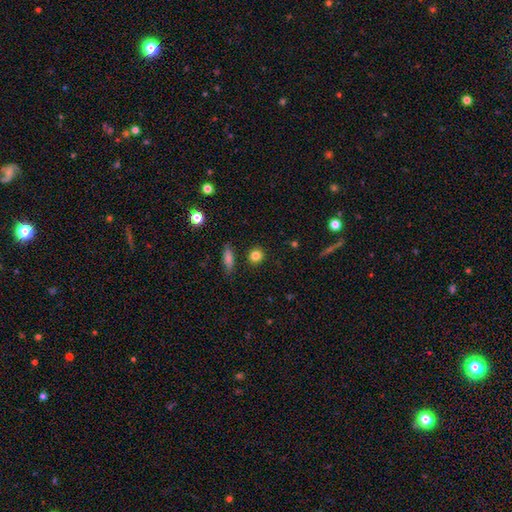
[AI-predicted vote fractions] Morphology: type=smooth (83%); roundness=round (84%); merging=none (88%).